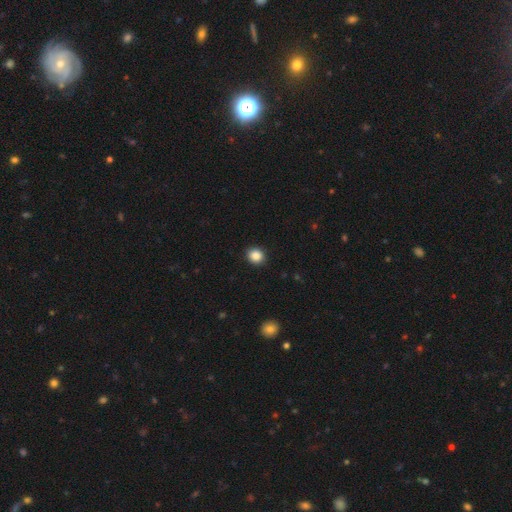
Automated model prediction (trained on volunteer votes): smooth 87%, star or artifact 10%, featured or disk 3%. Down the decision tree: how rounded — round (80%); merging — none (91%).